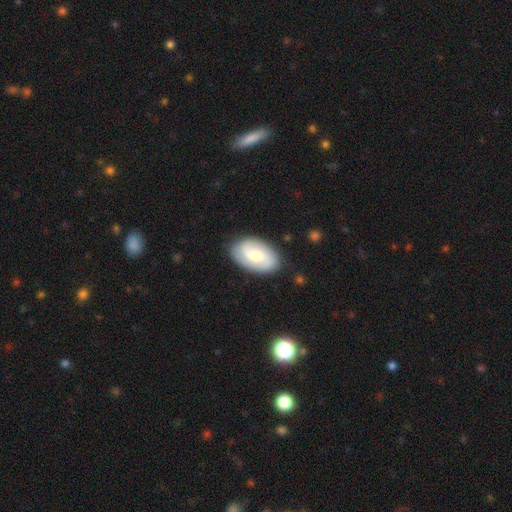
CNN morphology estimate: featured or disk 58%, smooth 36%, star or artifact 6%. Down the decision tree: edge-on disk — no (96%); bar — no (54%); spiral arms — yes (87%); bulge size — moderate (54%); merging — none (84%).